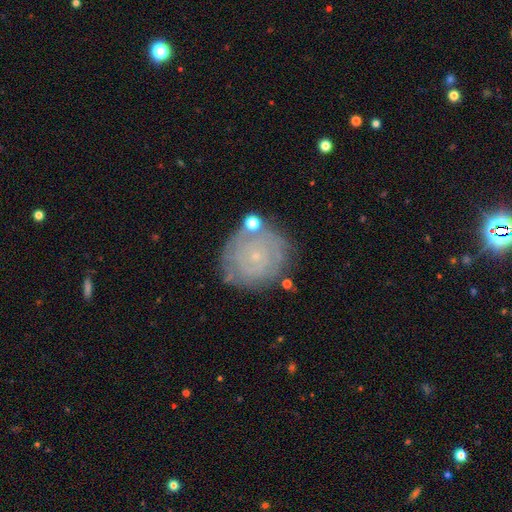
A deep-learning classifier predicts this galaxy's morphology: featured or disk 70%, smooth 21%, star or artifact 9%. Down the decision tree: edge-on disk — no (97%); bar — no (84%); spiral arms — yes (88%); spiral arm count — can't tell (44%); spiral winding — tight (83%); bulge size — small (88%); merging — none (78%).